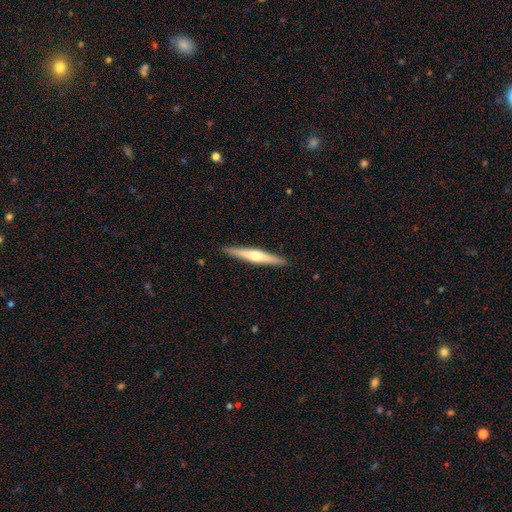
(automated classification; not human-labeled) Morphology: type=featured or disk (59%); edge-on=yes (98%); edge-on bulge=rounded (79%); merging=none (91%).